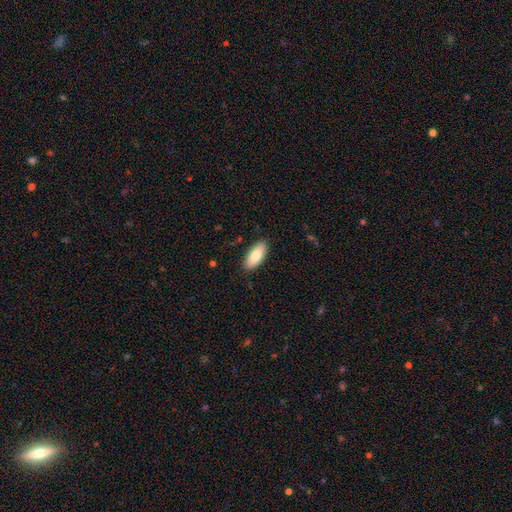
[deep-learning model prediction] smooth_or_featured: smooth (p=0.83) [alt: featured or disk p=0.11]
how_rounded: in between (p=0.86) [alt: cigar-shaped p=0.13]
merging: none (p=0.88) [alt: minor disturbance p=0.09]